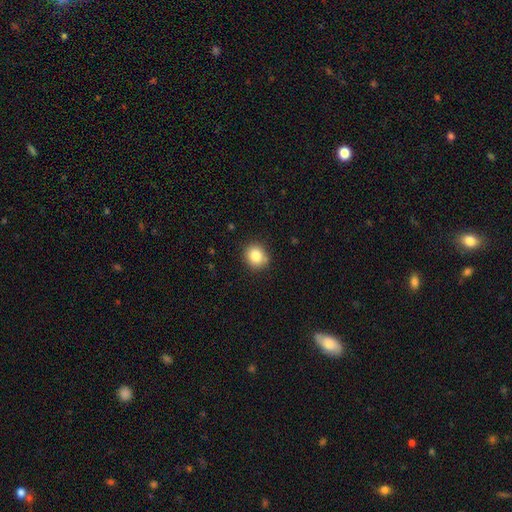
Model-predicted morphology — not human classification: Smooth or featured? Predicted: smooth (p=0.84). How rounded? Predicted: round (p=0.81). Merging? Predicted: none (p=0.84).